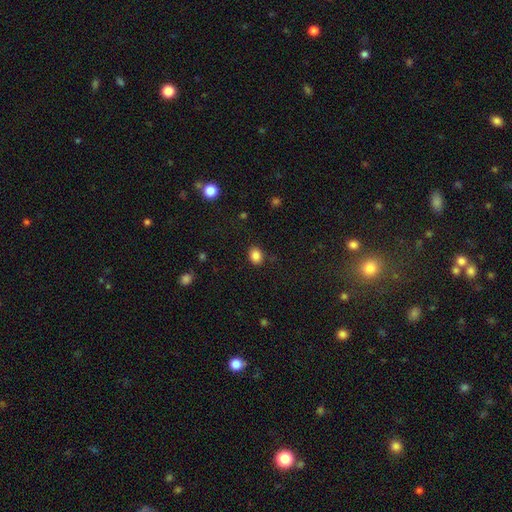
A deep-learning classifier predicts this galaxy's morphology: Smooth or featured? smooth (85%)
How rounded? in between (52%)
Merging? none (87%)